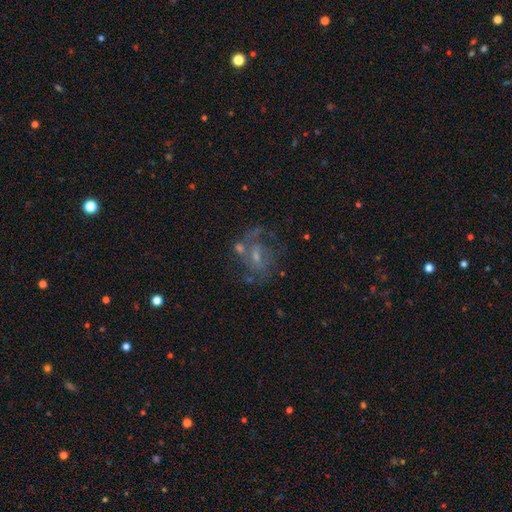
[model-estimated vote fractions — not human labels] Smooth or featured? Predicted: featured or disk (p=0.70). Edge-on disk? Predicted: no (p=0.97). Bar? Predicted: weak (p=0.48). Spiral arms? Predicted: yes (p=0.78). Spiral winding? Predicted: medium (p=0.46). Spiral arm count? Predicted: 2 (p=0.51). Bulge size? Predicted: small (p=0.54). Merging? Predicted: none (p=0.49).